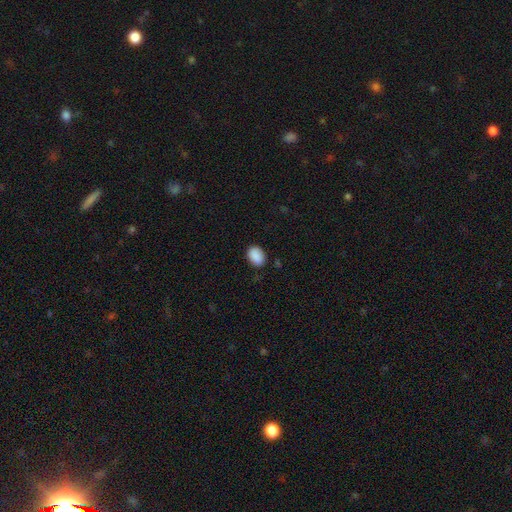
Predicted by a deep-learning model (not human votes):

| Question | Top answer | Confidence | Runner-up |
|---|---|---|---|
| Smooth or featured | smooth | 89% | star or artifact (7%) |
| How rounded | in between | 73% | round (26%) |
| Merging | none | 82% | minor disturbance (14%) |